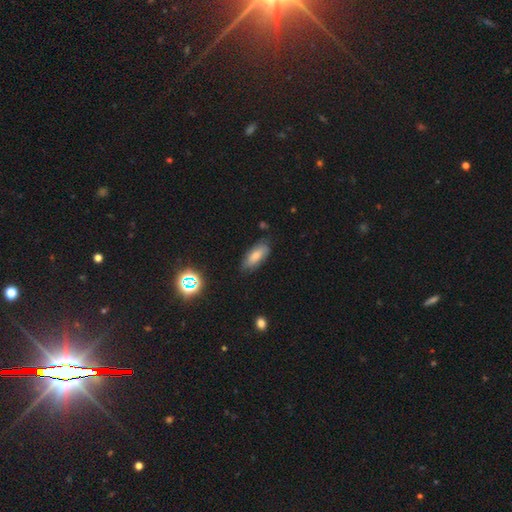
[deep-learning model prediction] smooth_or_featured: smooth (p=0.74) [alt: featured or disk p=0.16]
how_rounded: in between (p=0.78) [alt: cigar-shaped p=0.19]
merging: none (p=0.76) [alt: minor disturbance p=0.18]